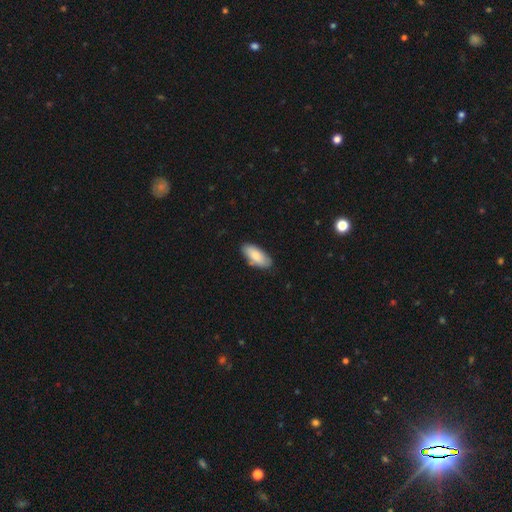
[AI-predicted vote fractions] smooth-or-featured: smooth: 85% | featured or disk: 10% | star or artifact: 6%
  how-rounded: in between: 87% | cigar-shaped: 11% | round: 2%
  merging: none: 79% | minor disturbance: 16% | major disturbance: 2% | merger: 2%